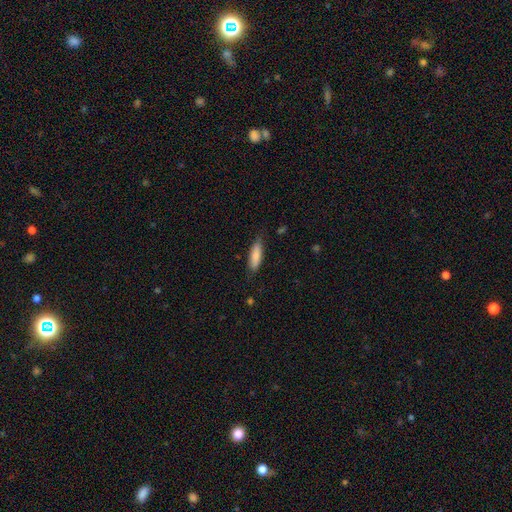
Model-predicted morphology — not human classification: A smooth galaxy with no disk features (85%) that is cigar-shaped (54%). Merging: none (79%).